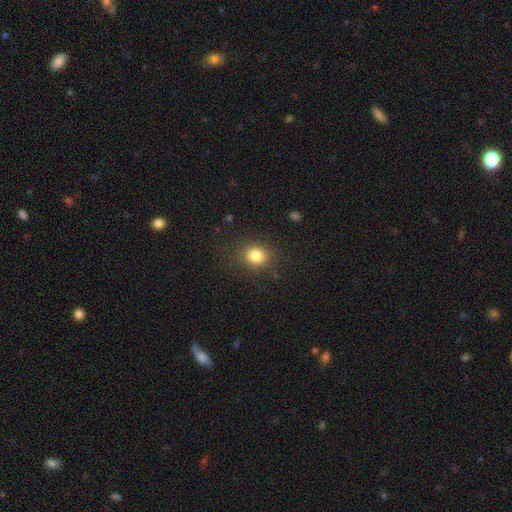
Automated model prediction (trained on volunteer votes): Q: Smooth or featured?
A: smooth (82%); runner-up: star or artifact (12%)
Q: How rounded?
A: round (75%); runner-up: in between (24%)
Q: Merging?
A: none (83%); runner-up: minor disturbance (11%)